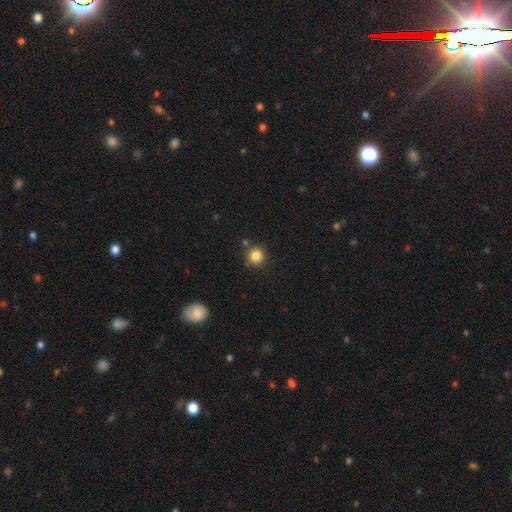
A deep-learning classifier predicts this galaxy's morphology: smooth-or-featured: smooth: 85% | star or artifact: 11% | featured or disk: 4%
  how-rounded: round: 92% | in between: 7% | cigar-shaped: 1%
  merging: none: 82% | minor disturbance: 10% | merger: 6% | major disturbance: 3%